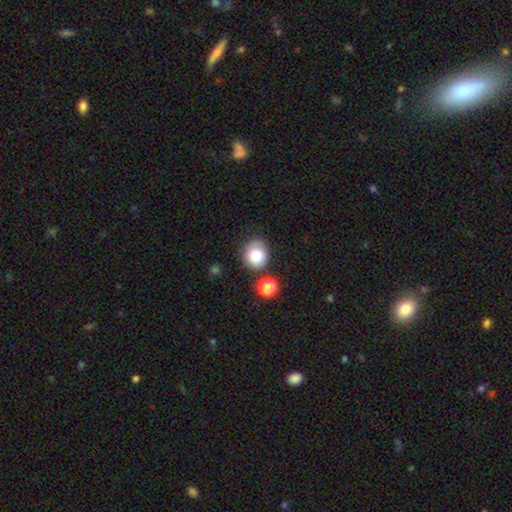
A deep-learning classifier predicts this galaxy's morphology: The model was most divided on "how rounded": round: 77%, in between: 22%, cigar-shaped: 1%. More confident: smooth or featured — smooth (80%); merging — none (78%).